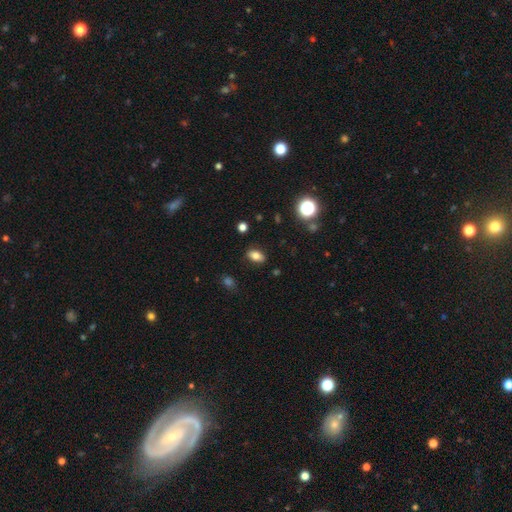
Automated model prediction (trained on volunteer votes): This is likely a smooth galaxy (76%). How rounded: clearly in between (85%). Merging: clearly none (85%).